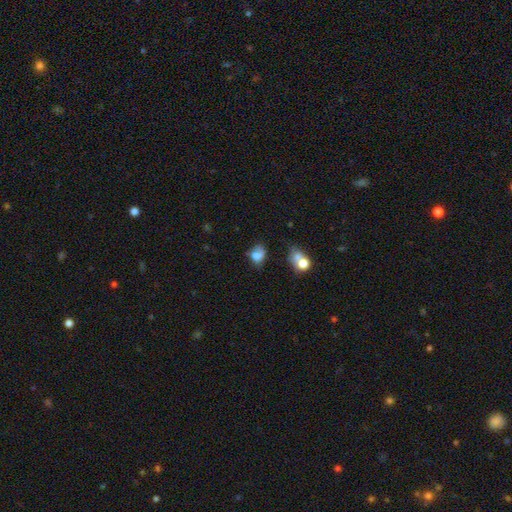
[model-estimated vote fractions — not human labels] Smooth or featured? Predicted: smooth (p=0.68). How rounded? Predicted: in between (p=0.61). Merging? Predicted: none (p=0.34).